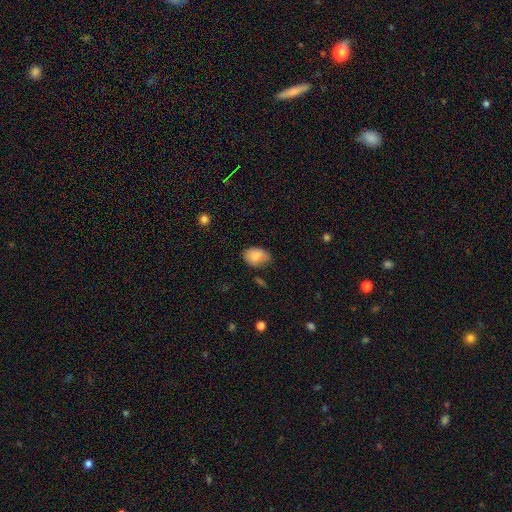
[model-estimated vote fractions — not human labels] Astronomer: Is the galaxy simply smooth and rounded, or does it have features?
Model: smooth — 83%.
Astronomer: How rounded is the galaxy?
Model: in between — 80%.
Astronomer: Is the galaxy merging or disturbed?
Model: none — 54% (runner-up: minor disturbance, 36%).